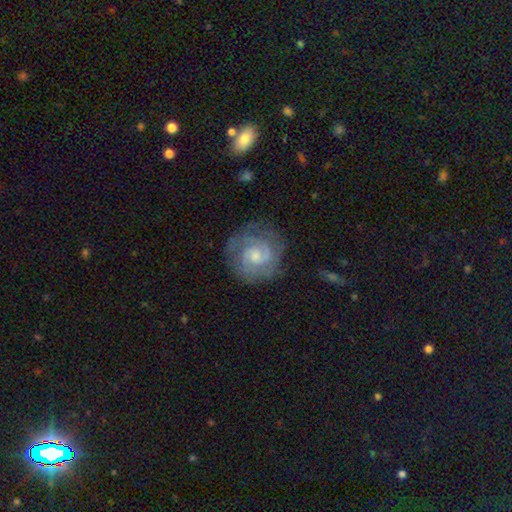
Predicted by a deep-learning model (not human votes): Morphology: type=featured or disk (81%); edge-on=no (98%); bar=no (58%); spiral arms=yes (95%); winding=tight (62%); arm count=2 (62%); bulge=small (50%); merging=none (77%).